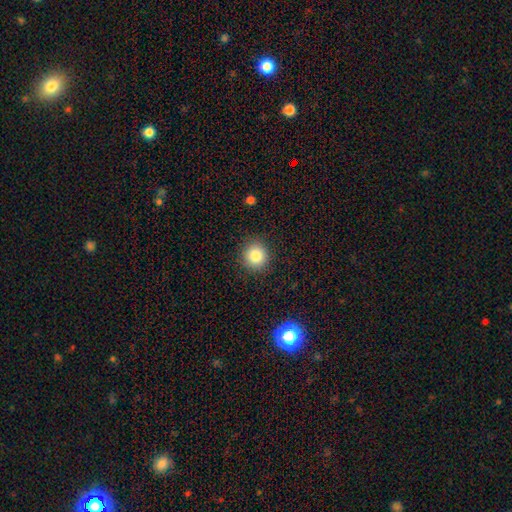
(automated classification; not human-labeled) This appears to be a smooth galaxy with no disk features (83%) that is round (90%). Merging: none (89%).